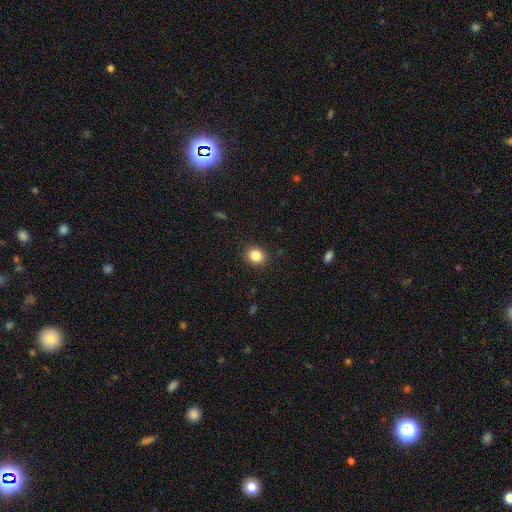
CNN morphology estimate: Smooth or featured? Predicted: smooth (p=0.84). How rounded? Predicted: round (p=0.72). Merging? Predicted: none (p=0.90).